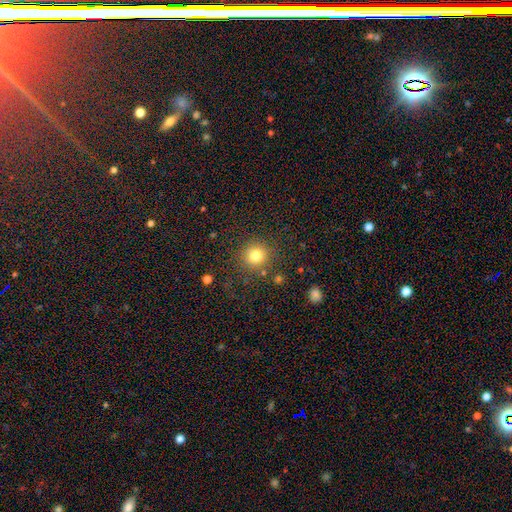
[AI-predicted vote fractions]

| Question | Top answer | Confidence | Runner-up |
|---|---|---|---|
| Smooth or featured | smooth | 79% | star or artifact (14%) |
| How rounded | round | 92% | in between (7%) |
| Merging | none | 84% | minor disturbance (8%) |